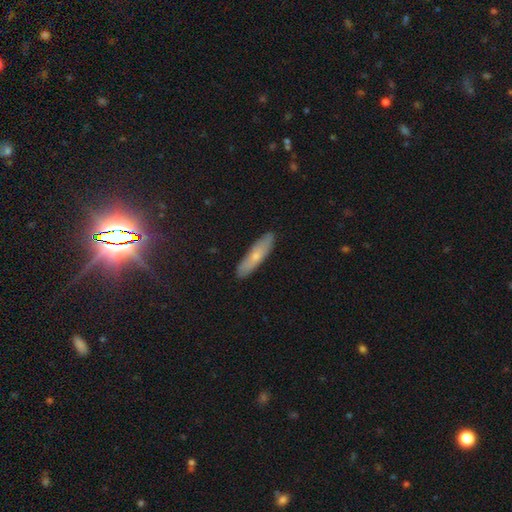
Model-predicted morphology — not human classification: smooth_or_featured: smooth (p=0.61) [alt: featured or disk p=0.33]
how_rounded: cigar-shaped (p=0.75) [alt: in between p=0.23]
merging: none (p=0.88) [alt: minor disturbance p=0.09]